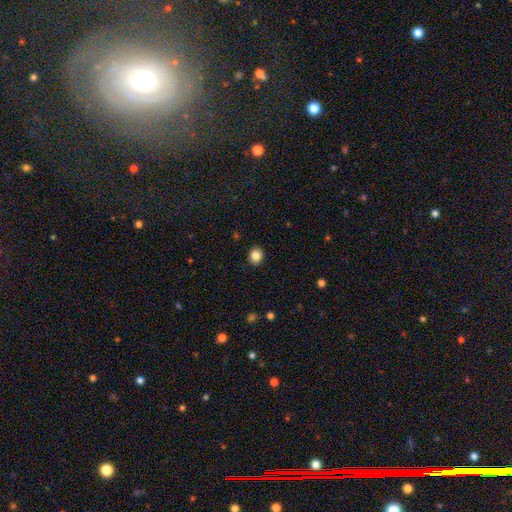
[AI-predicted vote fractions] Overall: smooth (85%). How rounded: round (70%). Merging: none (90%).